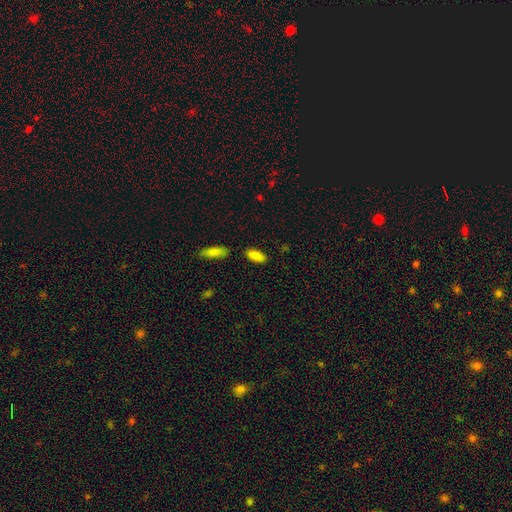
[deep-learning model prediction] smooth 88%, star or artifact 7%, featured or disk 5%. Down the decision tree: how rounded — in between (81%); merging — none (82%).